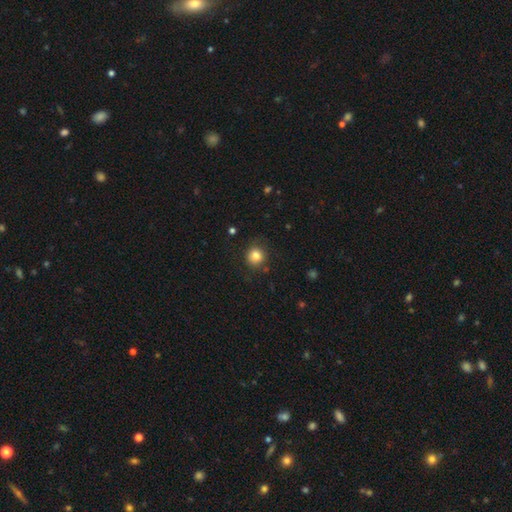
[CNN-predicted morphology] A smooth galaxy with no disk features (82%) that is round (90%).

Vote fractions:
- Smooth or featured? smooth: 82% / star or artifact: 11% / featured or disk: 6%
- How rounded? round: 90% / in between: 9% / cigar-shaped: 1%
- Merging? none: 84% / minor disturbance: 11% / major disturbance: 3% / merger: 2%